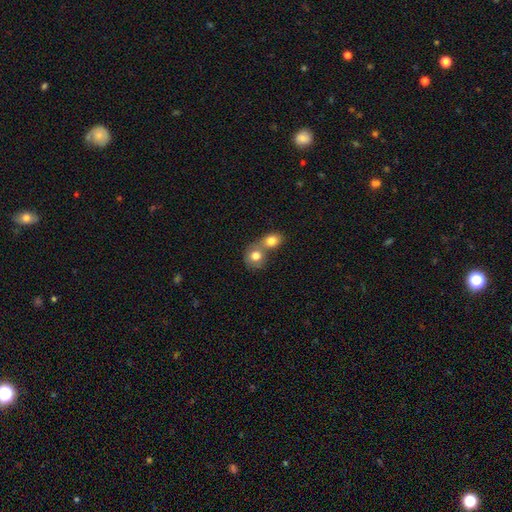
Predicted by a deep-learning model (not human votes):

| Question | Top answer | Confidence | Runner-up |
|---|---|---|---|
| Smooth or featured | smooth | 79% | featured or disk (13%) |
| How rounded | round | 72% | in between (27%) |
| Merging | merger | 66% | none (25%) |